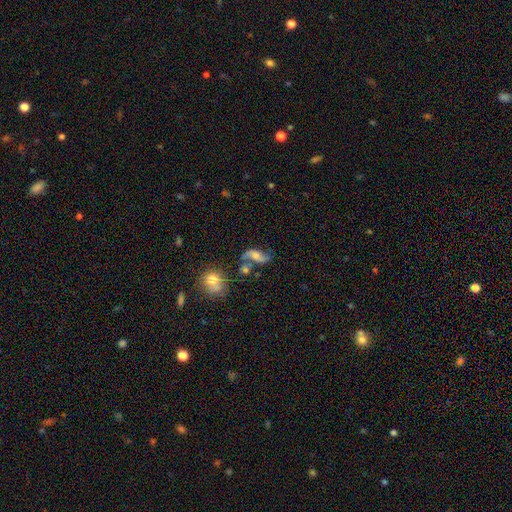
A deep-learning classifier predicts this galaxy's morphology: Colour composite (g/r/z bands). It shows a featured or disk galaxy (70%) with no bar (59%), 2 (89%) loose (80%) spiral arms (90%) and a moderate central bulge (44%). Merging: none (49%).